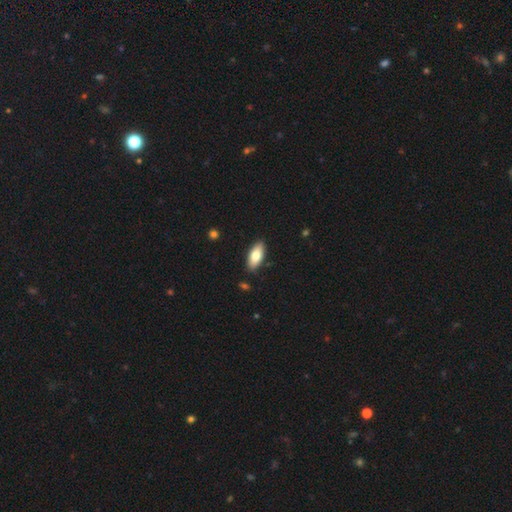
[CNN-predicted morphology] Smooth or featured?
  - smooth: 78% *
  - featured or disk: 16%
  - star or artifact: 6%
How rounded?
  - in between: 86% *
  - cigar-shaped: 12%
  - round: 2%
Merging?
  - none: 87% *
  - minor disturbance: 9%
  - major disturbance: 2%
  - merger: 2%